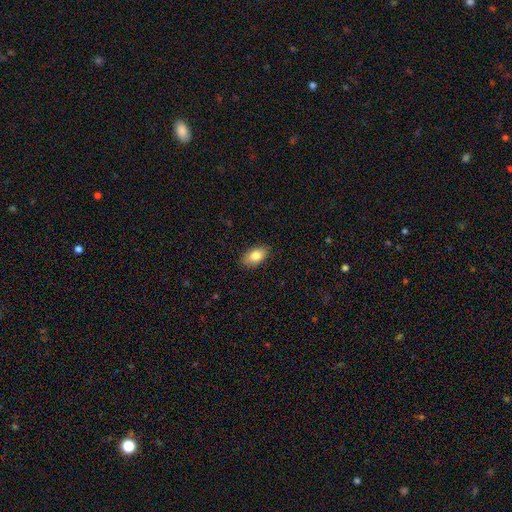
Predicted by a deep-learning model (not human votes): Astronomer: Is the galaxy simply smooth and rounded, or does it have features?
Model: smooth — 83%.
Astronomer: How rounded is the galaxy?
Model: in between — 91%.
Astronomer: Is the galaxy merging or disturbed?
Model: none — 86%.